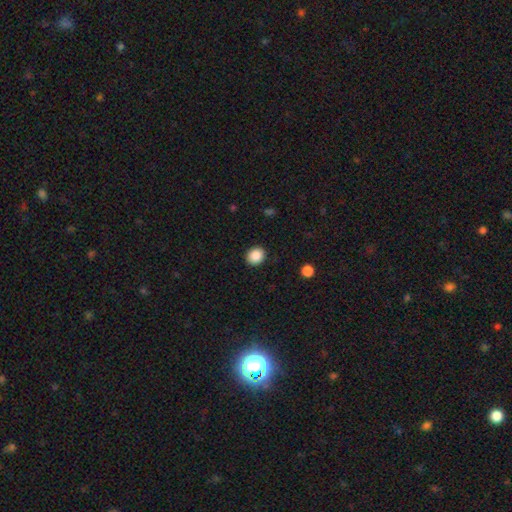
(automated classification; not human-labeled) Morphology: type=smooth (88%); roundness=round (71%); merging=none (90%).